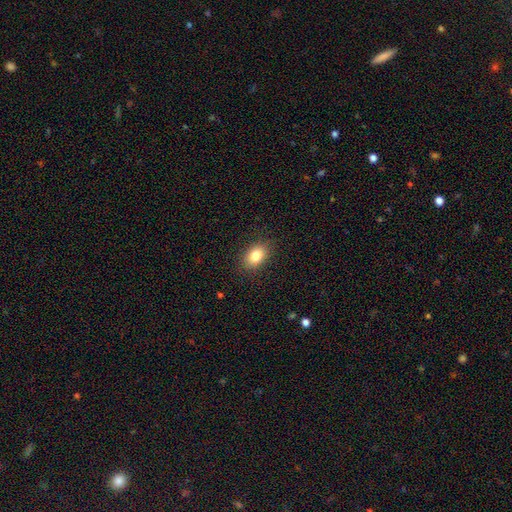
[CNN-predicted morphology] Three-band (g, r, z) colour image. It shows a smooth galaxy with no disk features (83%) that is in between round and cigar-shaped (81%). Merging: none (87%).